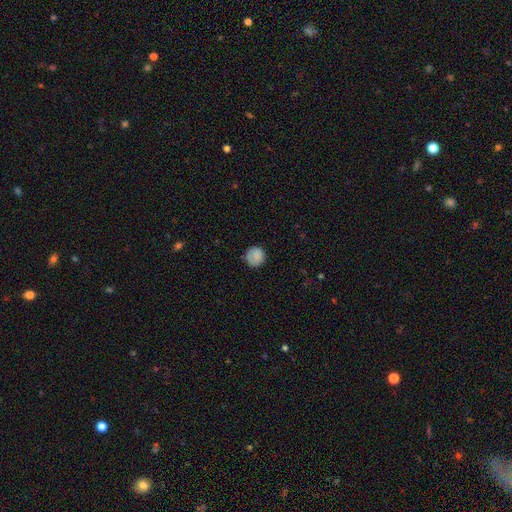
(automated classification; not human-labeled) Overall: smooth (86%). How rounded: round (93%). Merging: none (84%).